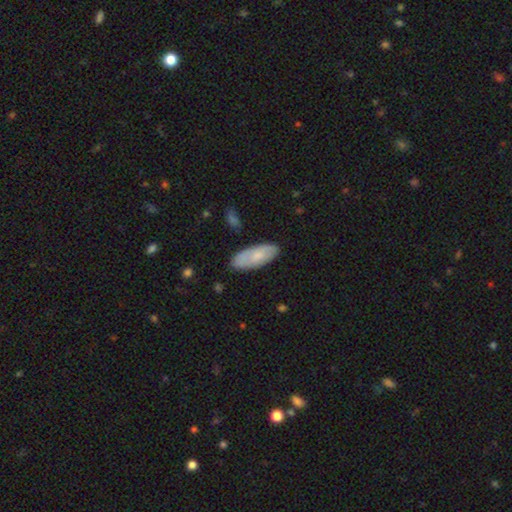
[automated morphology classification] Smooth or featured: smooth — 70% (featured or disk — 25%)
How rounded: in between — 83% (cigar-shaped — 16%)
Merging: none — 81% (minor disturbance — 15%)